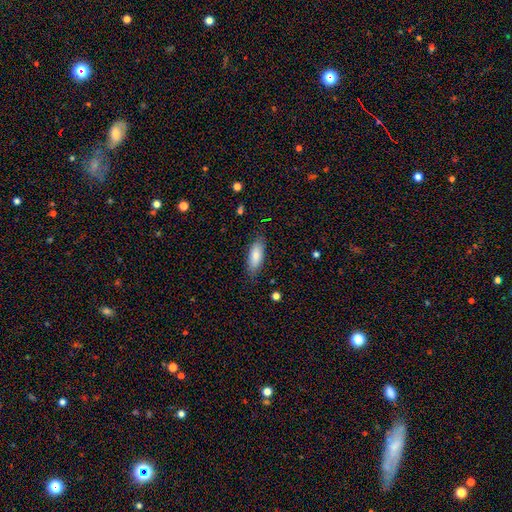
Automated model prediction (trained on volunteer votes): smooth-or-featured: smooth: 82% | featured or disk: 12% | star or artifact: 6%
  how-rounded: in between: 73% | cigar-shaped: 25% | round: 2%
  merging: none: 81% | minor disturbance: 14% | major disturbance: 3% | merger: 1%